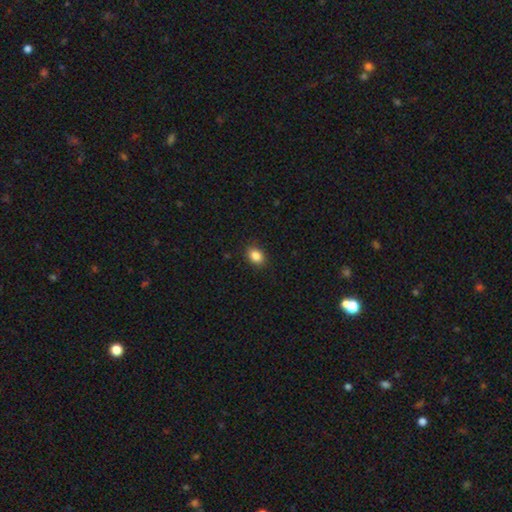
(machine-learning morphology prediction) Smooth or featured? Predicted: smooth (p=0.86). How rounded? Predicted: in between (p=0.66). Merging? Predicted: none (p=0.90).